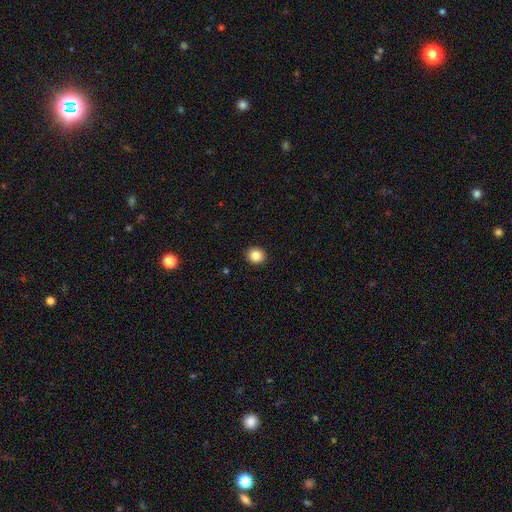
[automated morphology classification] smooth-or-featured: smooth: 84% | star or artifact: 10% | featured or disk: 5%
  how-rounded: round: 79% | in between: 20% | cigar-shaped: 1%
  merging: none: 92% | minor disturbance: 5% | major disturbance: 2% | merger: 1%